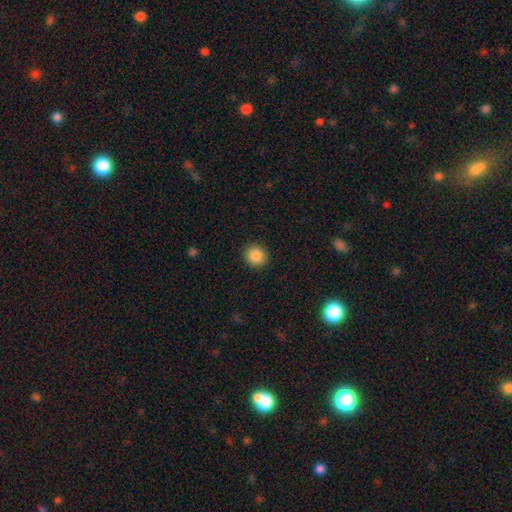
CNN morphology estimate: Overall: smooth (87%). How rounded: round (87%). Merging: none (92%).